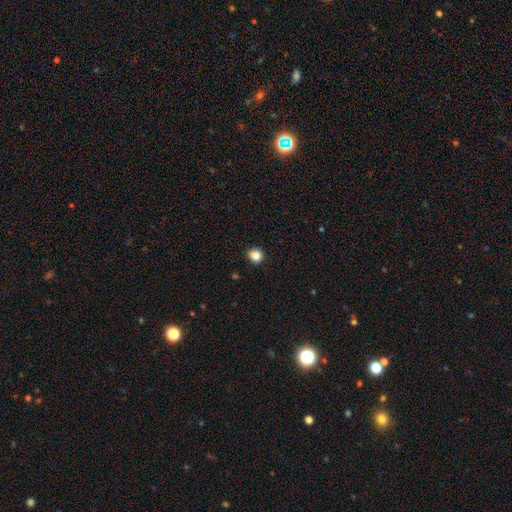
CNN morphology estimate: Overall: smooth (86%). How rounded: round (89%). Merging: none (92%).